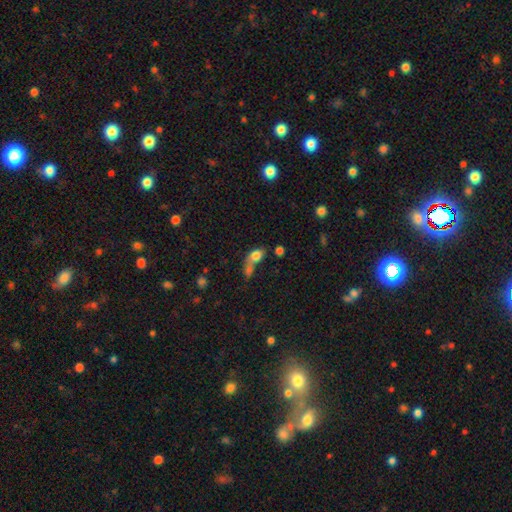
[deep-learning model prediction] Smooth or featured? Predicted: smooth (p=0.75). How rounded? Predicted: in between (p=0.67). Merging? Predicted: merger (p=0.52).